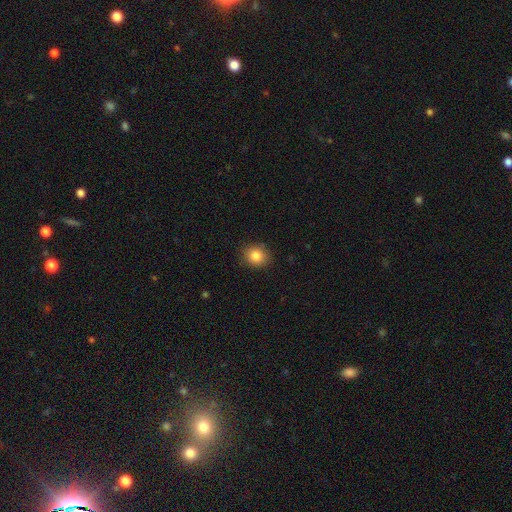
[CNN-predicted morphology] The model was most divided on "how rounded": round: 75%, in between: 24%, cigar-shaped: 1%. More confident: merging — none (88%); smooth or featured — smooth (84%).